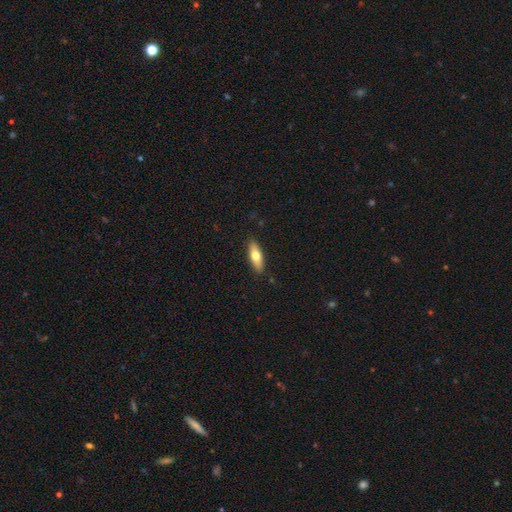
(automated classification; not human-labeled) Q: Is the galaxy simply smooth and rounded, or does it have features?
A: smooth — 65%.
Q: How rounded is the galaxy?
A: in between — 56%.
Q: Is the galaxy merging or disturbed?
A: none — 88%.